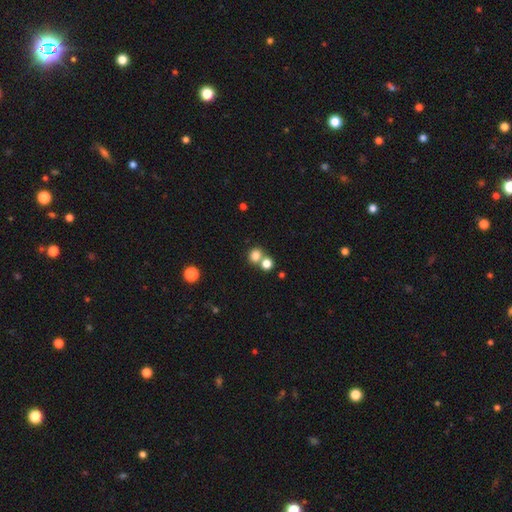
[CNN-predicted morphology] type=smooth (79%); roundness=round (69%); merging=none (52%).